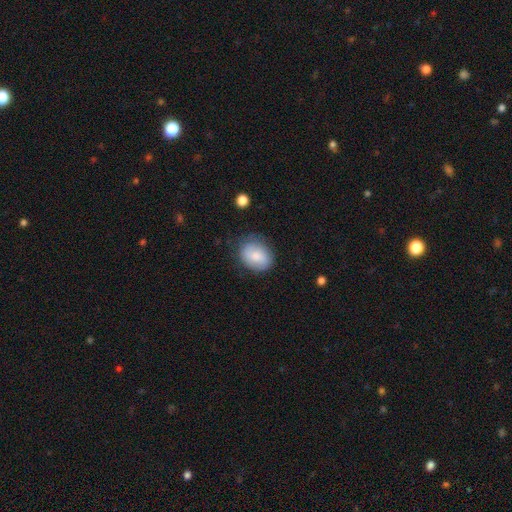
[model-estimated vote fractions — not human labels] smooth-or-featured: smooth: 79% | featured or disk: 14% | star or artifact: 7%
  how-rounded: in between: 50% | round: 49% | cigar-shaped: 1%
  merging: none: 73% | minor disturbance: 20% | major disturbance: 6% | merger: 2%